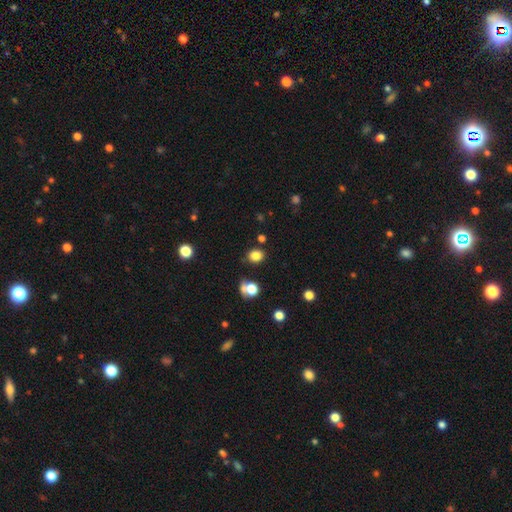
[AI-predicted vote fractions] A smooth galaxy with no disk features (81%) that is round (58%).

Vote fractions:
- Smooth or featured? smooth: 81% / star or artifact: 13% / featured or disk: 5%
- How rounded? round: 58% / in between: 41% / cigar-shaped: 1%
- Merging? none: 83% / minor disturbance: 10% / merger: 5% / major disturbance: 3%